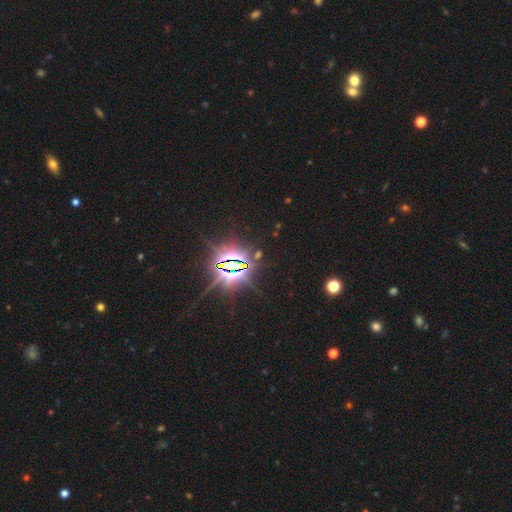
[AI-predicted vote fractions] This appears to be a star or artifact, not a galaxy (85%).